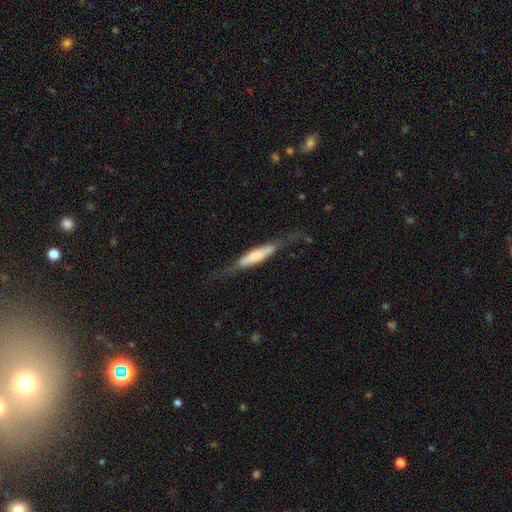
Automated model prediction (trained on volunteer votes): Q: Smooth or featured?
A: featured or disk (47%); tied with: smooth (47%)
Q: Merging?
A: none (64%); runner-up: minor disturbance (22%)